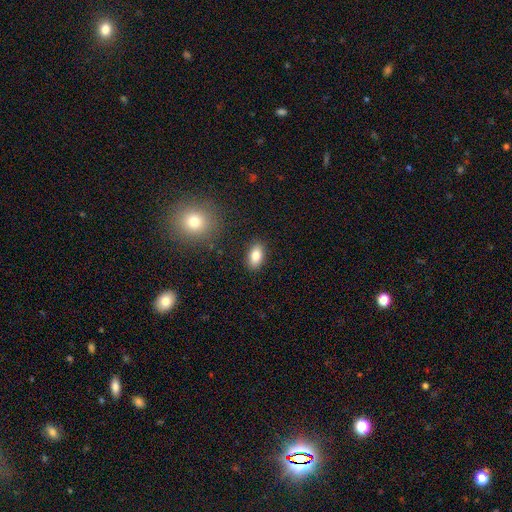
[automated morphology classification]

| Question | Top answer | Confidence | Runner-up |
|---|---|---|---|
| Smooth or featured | smooth | 81% | featured or disk (10%) |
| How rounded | in between | 91% | round (6%) |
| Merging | none | 87% | minor disturbance (9%) |